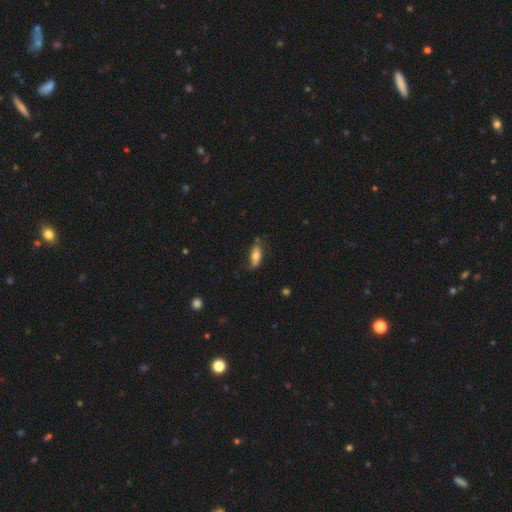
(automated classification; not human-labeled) Q: Smooth or featured?
A: smooth (66%); runner-up: featured or disk (27%)
Q: How rounded?
A: in between (72%); runner-up: cigar-shaped (25%)
Q: Merging?
A: none (64%); runner-up: minor disturbance (27%)